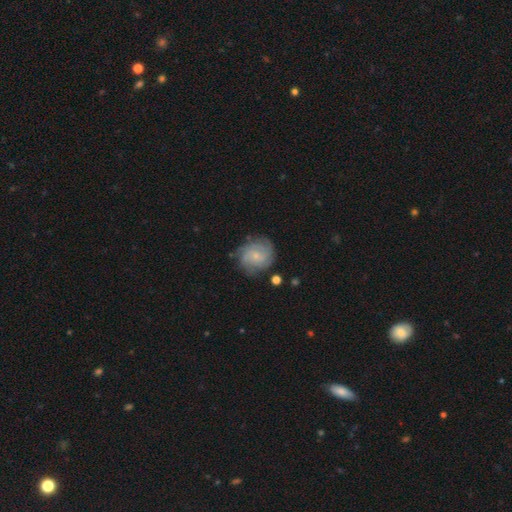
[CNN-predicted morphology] smooth_or_featured: featured or disk (p=0.71) [alt: smooth p=0.22]
disk_edge_on: no (p=0.98) [alt: yes p=0.02]
bar: no (p=0.71) [alt: weak p=0.26]
has_spiral_arms: yes (p=0.93) [alt: no p=0.07]
spiral_winding: tight (p=0.63) [alt: medium p=0.30]
spiral_arm_count: can't tell (p=0.34) [alt: 3 p=0.22]
bulge_size: small (p=0.73) [alt: moderate p=0.18]
merging: none (p=0.76) [alt: minor disturbance p=0.16]